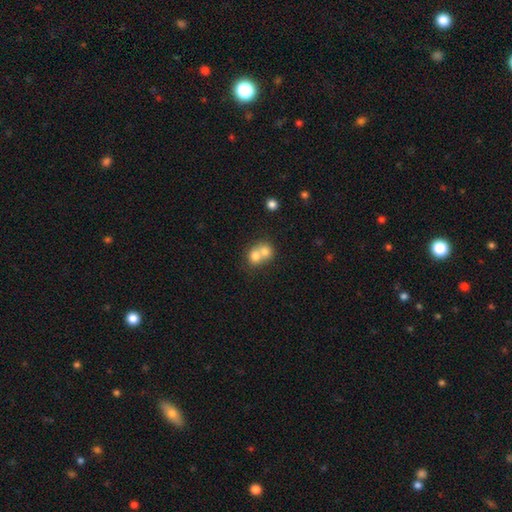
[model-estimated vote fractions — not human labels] Morphology: type=smooth (72%); roundness=round (70%); merging=merger (71%).